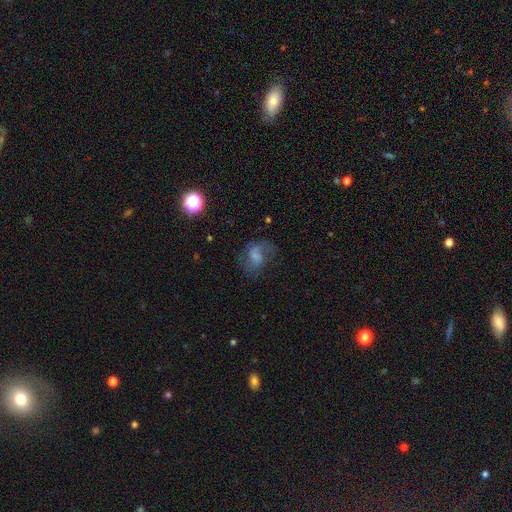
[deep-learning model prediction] smooth-or-featured: featured or disk: 47% | smooth: 41% | star or artifact: 13%
  merging: none: 47% | major disturbance: 29% | minor disturbance: 21% | merger: 2%